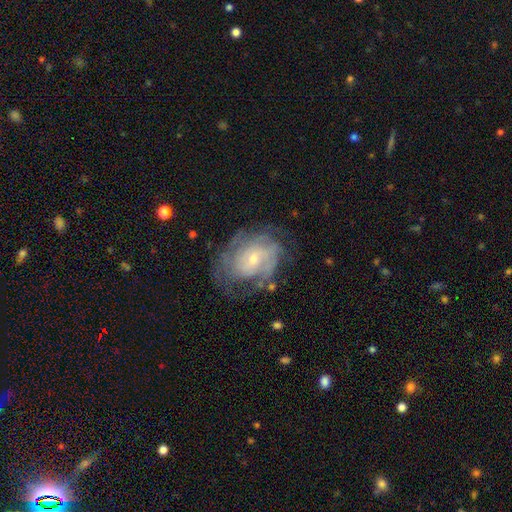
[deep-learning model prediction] Q: Smooth or featured?
A: featured or disk (67%); runner-up: smooth (18%)
Q: Edge-on disk?
A: no (96%); runner-up: yes (4%)
Q: Bar?
A: no (58%); runner-up: weak (33%)
Q: Spiral arms?
A: yes (86%); runner-up: no (14%)
Q: Spiral winding?
A: tight (61%); runner-up: medium (29%)
Q: Spiral arm count?
A: can't tell (51%); runner-up: 2 (18%)
Q: Bulge size?
A: small (59%); runner-up: moderate (35%)
Q: Merging?
A: none (71%); runner-up: minor disturbance (18%)